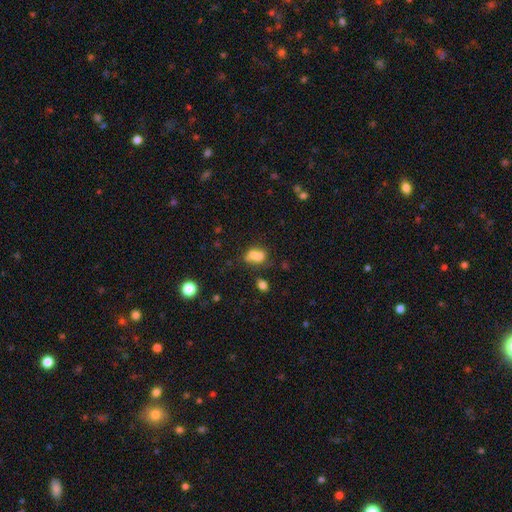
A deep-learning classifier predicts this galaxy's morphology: Smooth or featured? smooth (70%)
How rounded? in between (58%)
Merging? merger (53%)